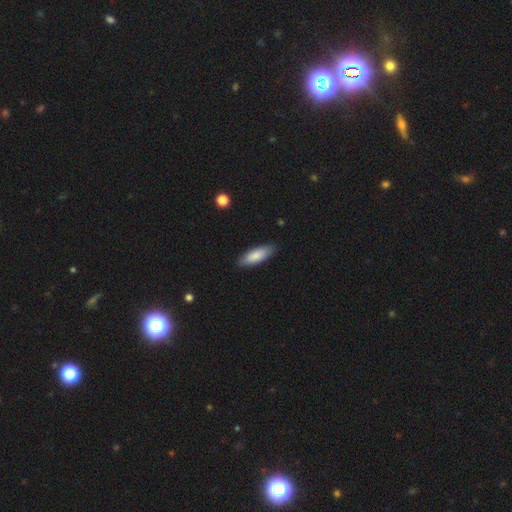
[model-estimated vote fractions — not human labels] smooth_or_featured: smooth (p=0.84) [alt: featured or disk p=0.11]
how_rounded: in between (p=0.61) [alt: cigar-shaped p=0.37]
merging: none (p=0.87) [alt: minor disturbance p=0.10]